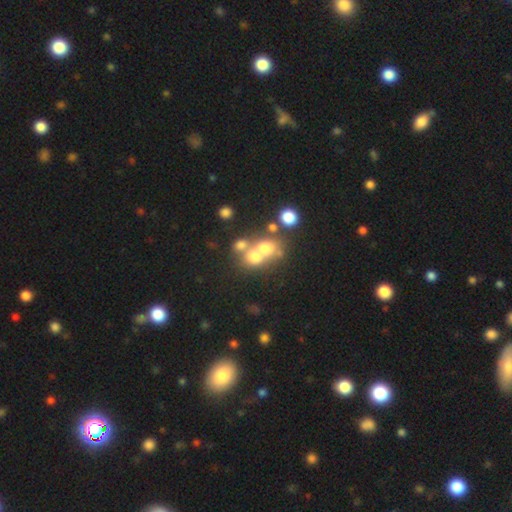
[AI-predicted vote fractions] smooth 57%, featured or disk 25%, star or artifact 18%. Down the decision tree: how rounded — round (68%); merging — merger (58%).